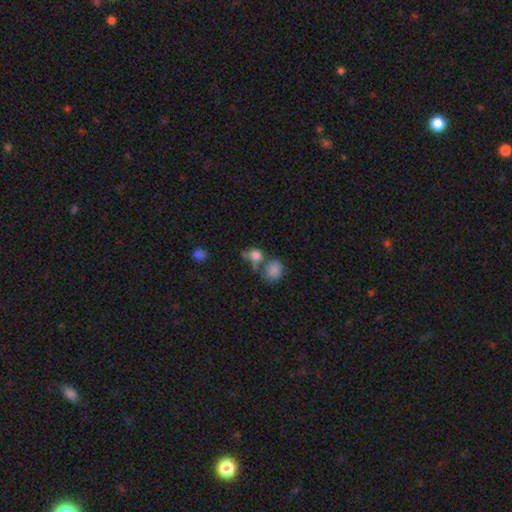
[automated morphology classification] Smooth or featured? Predicted: smooth (p=0.76). How rounded? Predicted: round (p=0.69). Merging? Predicted: merger (p=0.40).